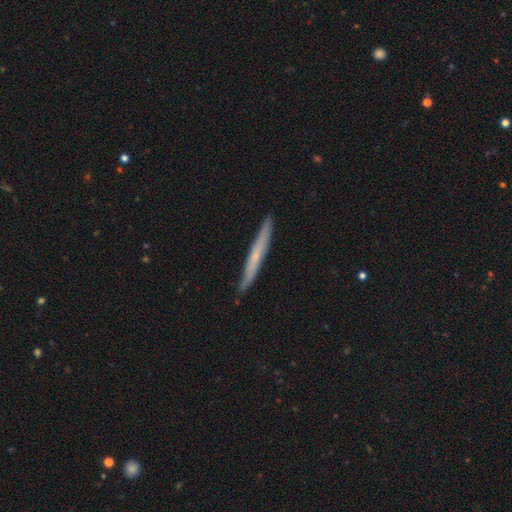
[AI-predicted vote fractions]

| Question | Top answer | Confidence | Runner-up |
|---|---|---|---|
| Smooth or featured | smooth | 47% | tied: featured or disk (47%) |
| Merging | none | 89% | minor disturbance (9%) |